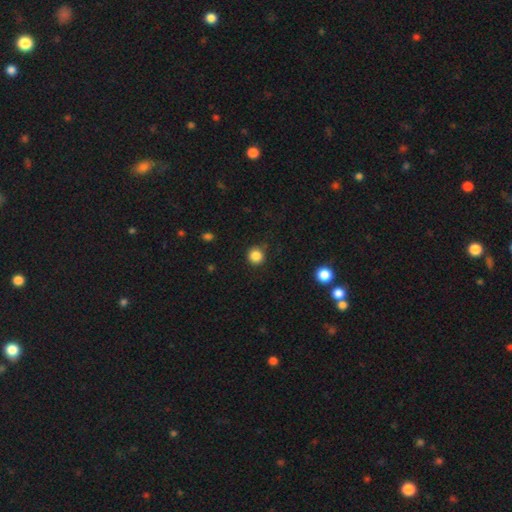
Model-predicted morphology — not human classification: Smooth or featured? Predicted: smooth (p=0.86). How rounded? Predicted: round (p=0.92). Merging? Predicted: none (p=0.88).